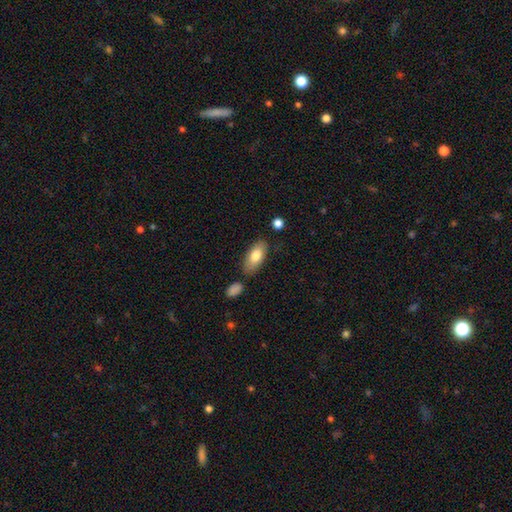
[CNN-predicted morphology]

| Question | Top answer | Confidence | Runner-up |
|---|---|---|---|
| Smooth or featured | smooth | 78% | featured or disk (16%) |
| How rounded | in between | 88% | cigar-shaped (10%) |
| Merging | none | 78% | minor disturbance (14%) |